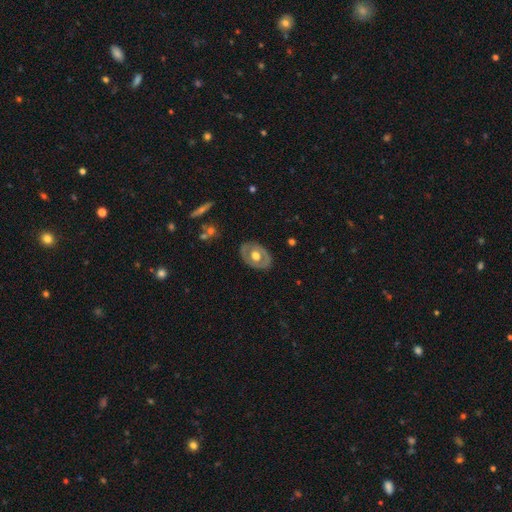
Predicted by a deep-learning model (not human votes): The model was most divided on "smooth or featured": featured or disk: 55%, smooth: 40%, star or artifact: 5%. More confident: edge-on disk — no (91%); merging — none (82%).